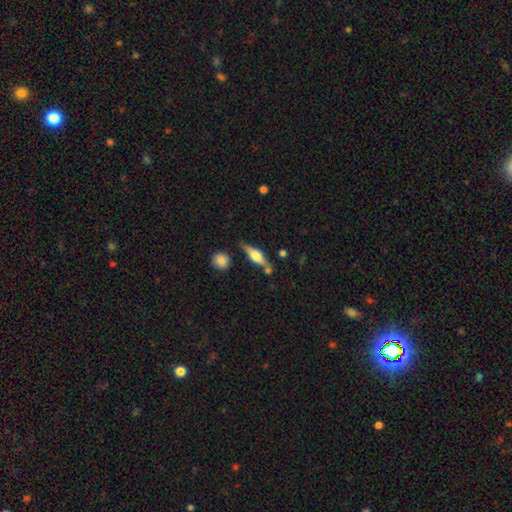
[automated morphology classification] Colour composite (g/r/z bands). It shows a featured or disk galaxy (60%) viewed edge-on (95%) with a rounded central bulge (81%). Merging: none (75%).